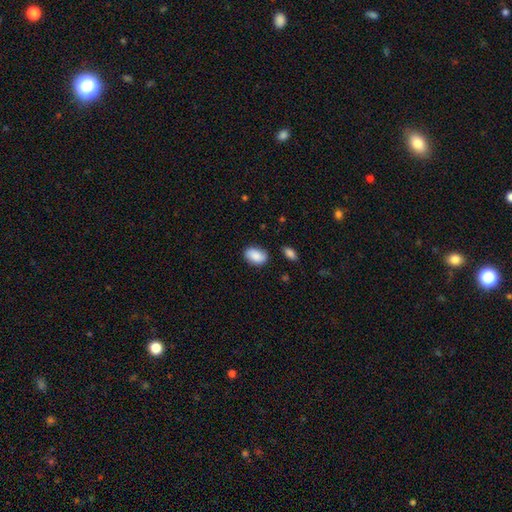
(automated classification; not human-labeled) Smooth or featured: smooth — 88% (star or artifact — 7%)
How rounded: in between — 88% (round — 11%)
Merging: none — 80% (minor disturbance — 14%)